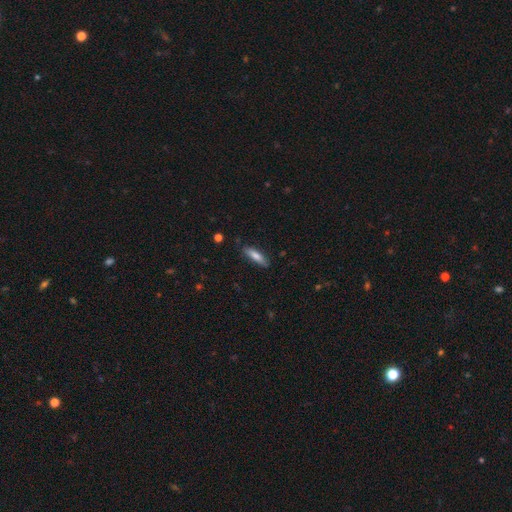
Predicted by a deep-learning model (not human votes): A smooth galaxy with no disk features (71%) that is cigar-shaped (70%). Merging: none (83%).